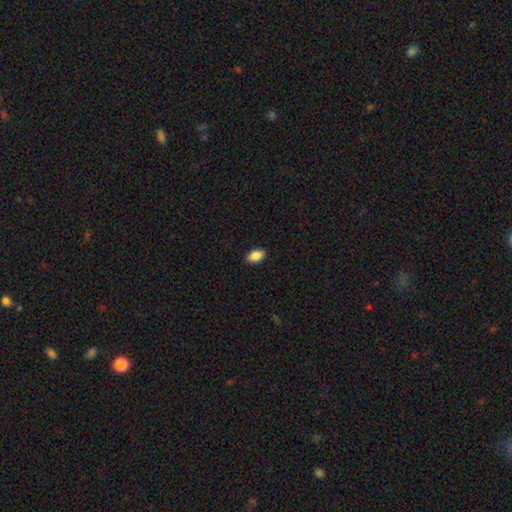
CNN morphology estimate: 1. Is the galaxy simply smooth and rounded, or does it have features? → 88% smooth, 8% star or artifact, 5% featured or disk.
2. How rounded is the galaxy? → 92% in between, 6% round, 3% cigar-shaped.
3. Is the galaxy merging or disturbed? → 90% none, 8% minor disturbance, 2% major disturbance, 1% merger.